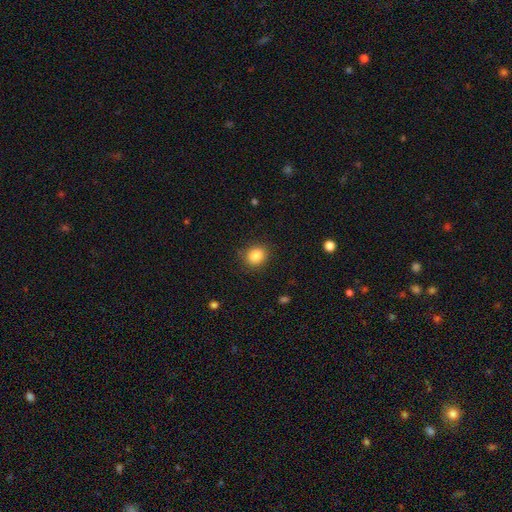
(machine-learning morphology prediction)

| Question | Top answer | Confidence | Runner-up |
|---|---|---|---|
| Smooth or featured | smooth | 85% | star or artifact (10%) |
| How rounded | round | 70% | in between (29%) |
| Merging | none | 86% | minor disturbance (10%) |